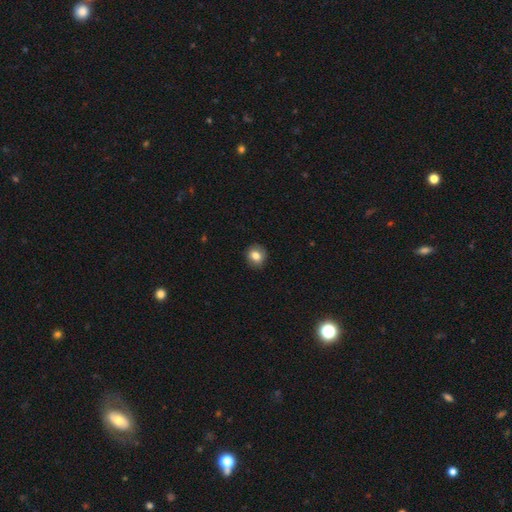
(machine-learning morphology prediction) A smooth galaxy with no disk features (79%) that is round (76%). Merging: none (88%).